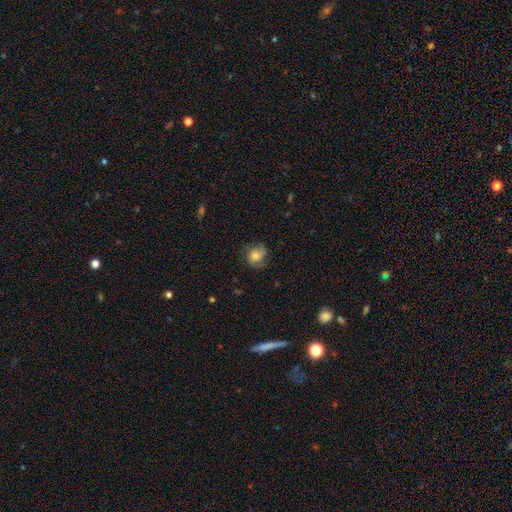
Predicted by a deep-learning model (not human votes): Smooth or featured?
  - smooth: 58% *
  - featured or disk: 33%
  - star or artifact: 9%
How rounded?
  - round: 63% *
  - in between: 36%
  - cigar-shaped: 1%
Merging?
  - none: 63% *
  - minor disturbance: 24%
  - major disturbance: 12%
  - merger: 1%